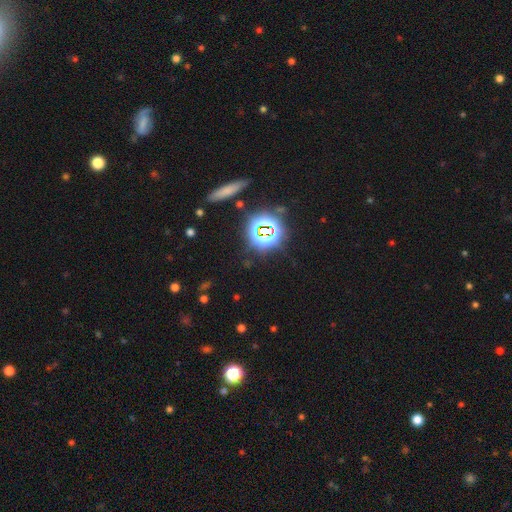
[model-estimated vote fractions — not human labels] This is likely a star or artifact rather than a galaxy (77%).